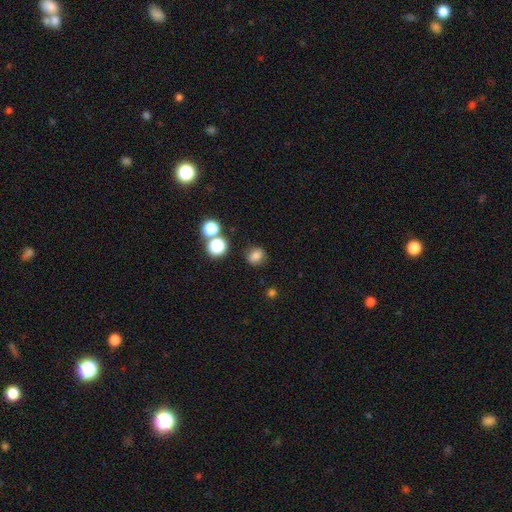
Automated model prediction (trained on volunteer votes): Smooth or featured: smooth — 78% (star or artifact — 15%)
How rounded: round — 75% (in between — 24%)
Merging: none — 82% (minor disturbance — 10%)